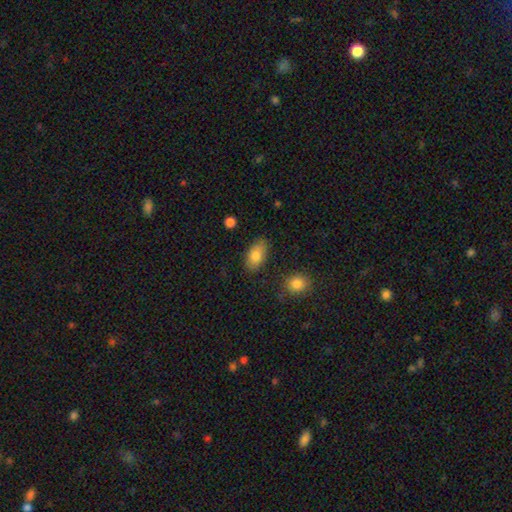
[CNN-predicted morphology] type=smooth (81%); roundness=in between (92%); merging=none (83%).